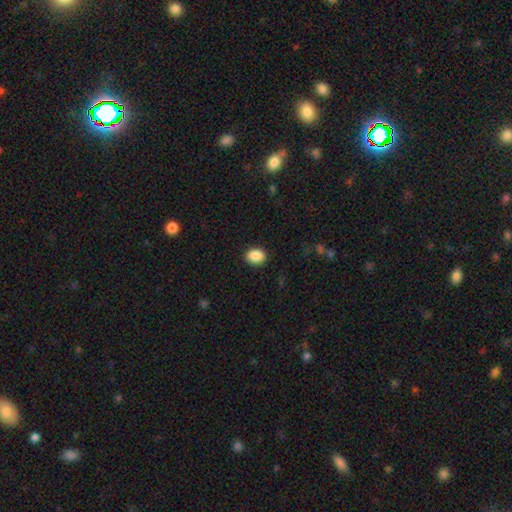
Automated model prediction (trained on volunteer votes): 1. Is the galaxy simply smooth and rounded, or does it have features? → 89% smooth, 8% star or artifact, 3% featured or disk.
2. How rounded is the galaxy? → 66% in between, 33% round, 1% cigar-shaped.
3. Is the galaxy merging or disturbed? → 90% none, 7% minor disturbance, 2% major disturbance, 1% merger.